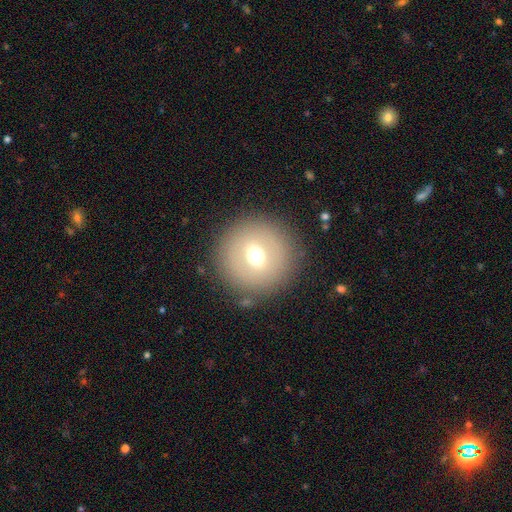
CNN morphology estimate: The model was most divided on "smooth or featured": smooth: 60%, featured or disk: 25%, star or artifact: 15%. More confident: how rounded — round (95%); merging — none (87%).